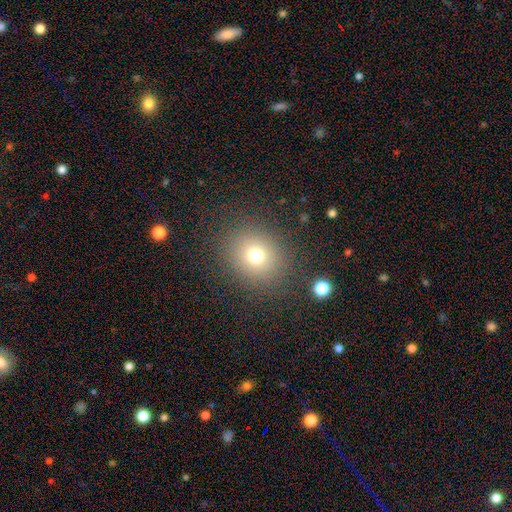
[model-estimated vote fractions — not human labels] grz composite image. It shows a smooth galaxy with no disk features (71%) that is round (77%). Merging: none (86%).